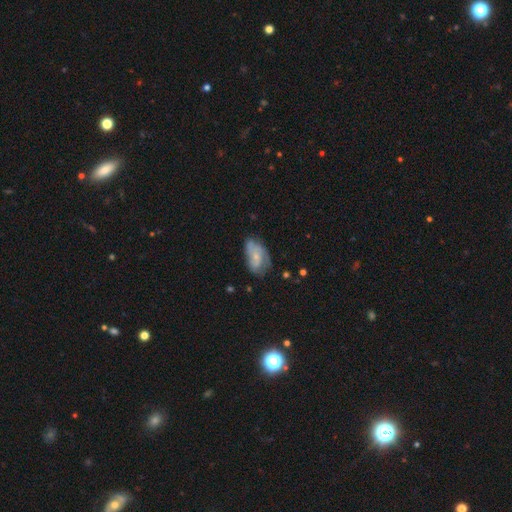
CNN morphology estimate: Smooth or featured?
  - featured or disk: 57% *
  - smooth: 35%
  - star or artifact: 8%
Edge-on disk?
  - no: 96% *
  - yes: 4%
Bar?
  - no: 71% *
  - weak: 25%
  - strong: 4%
Spiral arms?
  - yes: 76% *
  - no: 24%
Bulge size?
  - small: 66% *
  - moderate: 24%
  - none: 7%
  - large: 1%
  - dominant: 1%
Merging?
  - none: 51% *
  - minor disturbance: 31%
  - major disturbance: 15%
  - merger: 3%